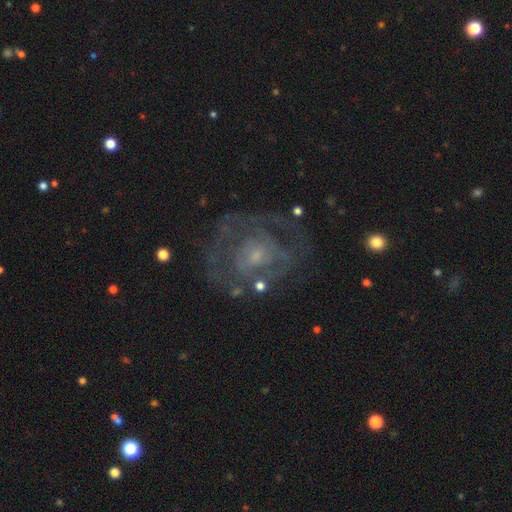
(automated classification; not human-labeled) smooth-or-featured: featured or disk: 75% | smooth: 16% | star or artifact: 10%
  disk-edge-on: no: 97% | yes: 3%
    bar: no: 74% | weak: 21% | strong: 5%
    has-spiral-arms: yes: 61% | no: 39%
    bulge-size: small: 65% | moderate: 22% | none: 9% | large: 3% | dominant: 1%
  merging: none: 64% | minor disturbance: 17% | major disturbance: 16% | merger: 2%